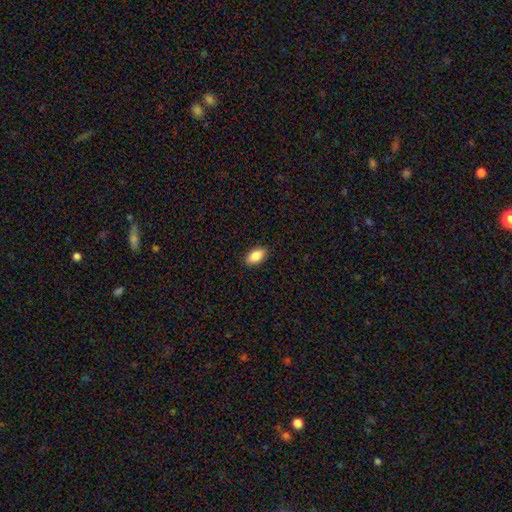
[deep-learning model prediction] smooth 88%, star or artifact 7%, featured or disk 5%. Down the decision tree: how rounded — in between (93%); merging — none (88%).